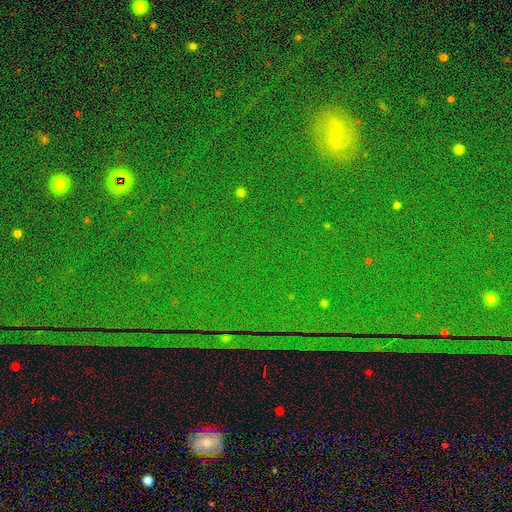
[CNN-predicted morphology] Smooth or featured?
  - star or artifact: 77% *
  - smooth: 14%
  - featured or disk: 9%